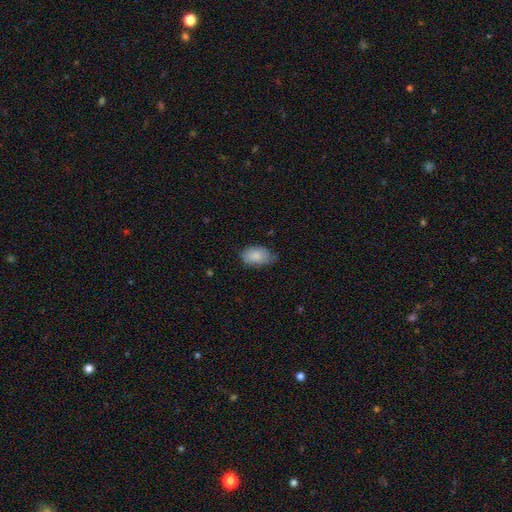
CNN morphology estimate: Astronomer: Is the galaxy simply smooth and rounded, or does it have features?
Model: smooth — 84%.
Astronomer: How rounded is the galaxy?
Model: in between — 91%.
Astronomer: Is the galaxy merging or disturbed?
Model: none — 57% (runner-up: minor disturbance, 35%).